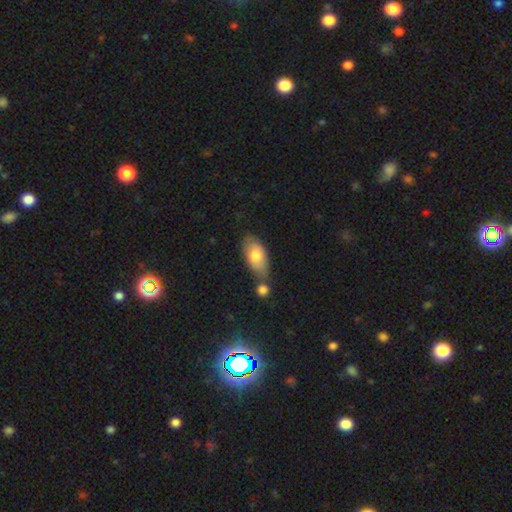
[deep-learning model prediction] Overall: smooth (74%). How rounded: in between (90%). Merging: none (54%; merger 23%).